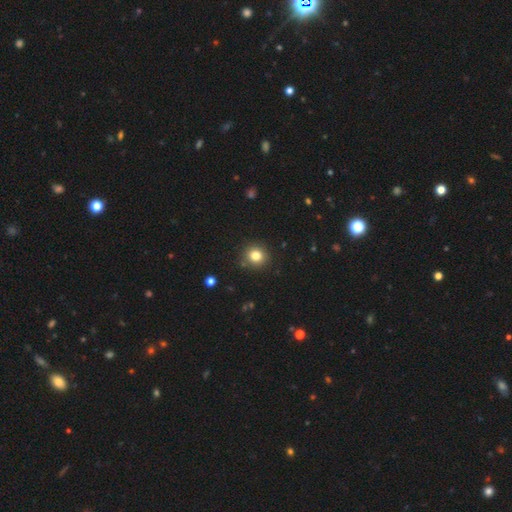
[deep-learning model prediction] Smooth or featured? smooth (81%)
How rounded? round (88%)
Merging? none (87%)